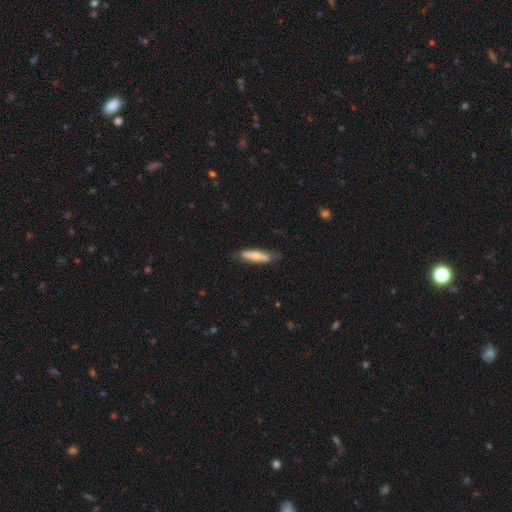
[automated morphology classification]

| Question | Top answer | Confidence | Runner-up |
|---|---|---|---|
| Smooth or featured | smooth | 68% | featured or disk (27%) |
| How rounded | cigar-shaped | 77% | in between (21%) |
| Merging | none | 73% | minor disturbance (20%) |